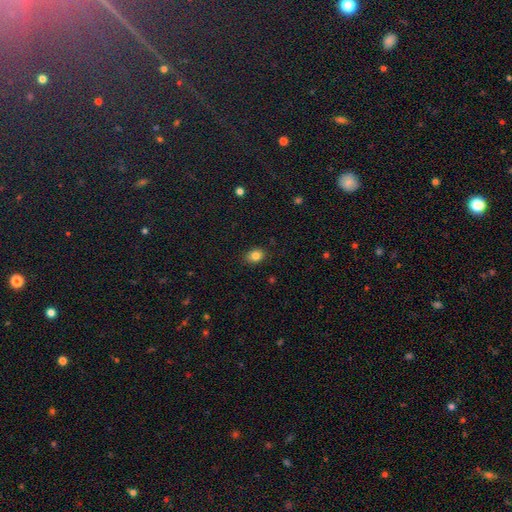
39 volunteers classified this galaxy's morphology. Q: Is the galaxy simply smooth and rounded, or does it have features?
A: smooth — 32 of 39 (82%).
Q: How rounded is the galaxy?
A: in between — 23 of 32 (72%).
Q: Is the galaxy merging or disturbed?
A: none — 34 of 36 (94%).